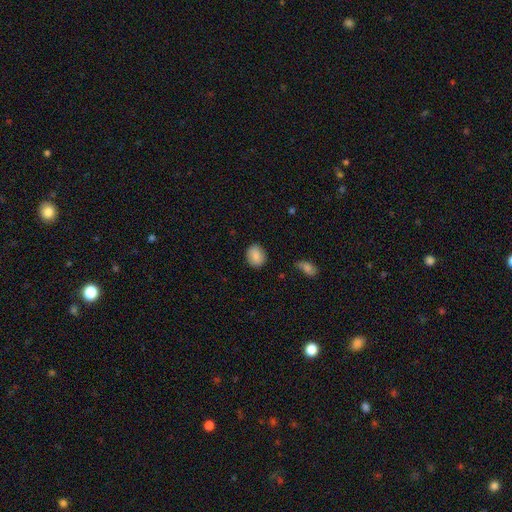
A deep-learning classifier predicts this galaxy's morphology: This appears to be a smooth galaxy with no disk features (84%) that is round (58%). Merging: none (83%).